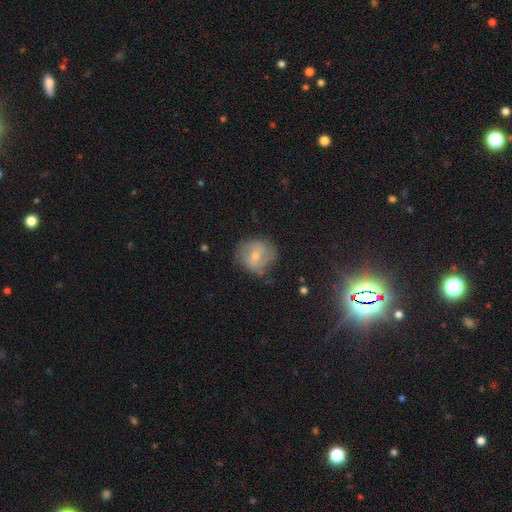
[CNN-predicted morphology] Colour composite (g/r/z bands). It shows a smooth galaxy with no disk features (53%) that is round (82%). Merging: none (65%).